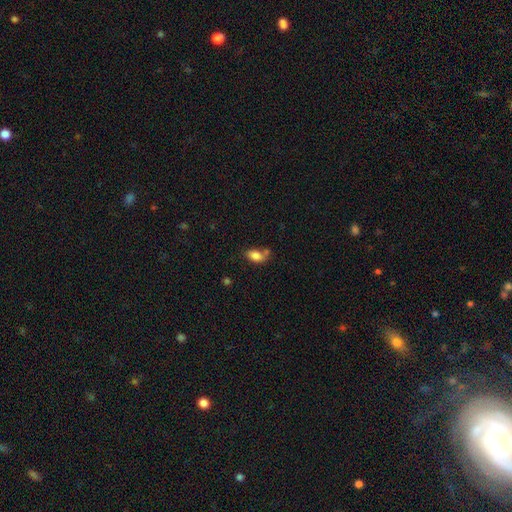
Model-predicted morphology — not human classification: smooth-or-featured: smooth: 83% | star or artifact: 9% | featured or disk: 8%
  how-rounded: in between: 89% | round: 9% | cigar-shaped: 3%
  merging: none: 50% | merger: 25% | minor disturbance: 18% | major disturbance: 6%